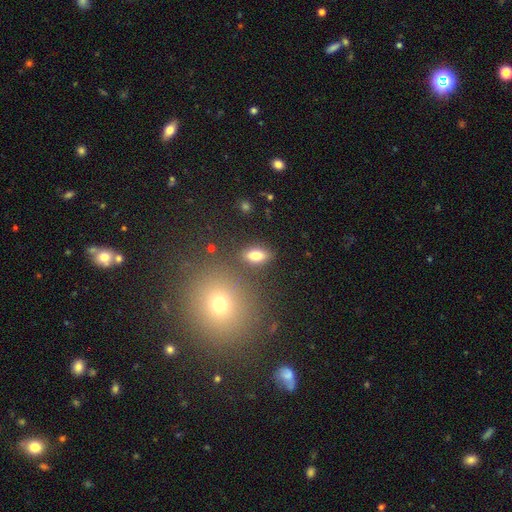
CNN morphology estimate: Smooth or featured? smooth (78%)
How rounded? in between (86%)
Merging? none (82%)